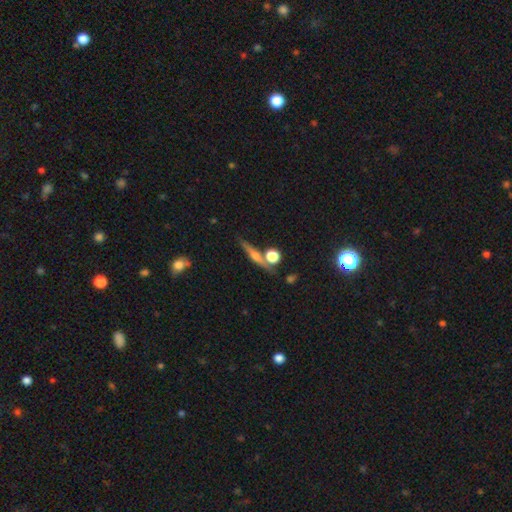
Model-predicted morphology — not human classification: featured or disk 60%, smooth 28%, star or artifact 11%. Down the decision tree: edge-on disk — yes (94%); edge-on bulge — rounded (84%); merging — none (76%).